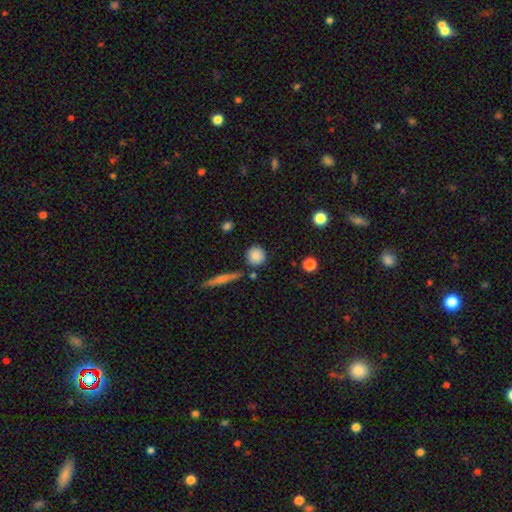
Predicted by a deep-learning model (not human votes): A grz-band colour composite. It shows a smooth galaxy with no disk features (84%) that is round (91%). Merging: none (82%).